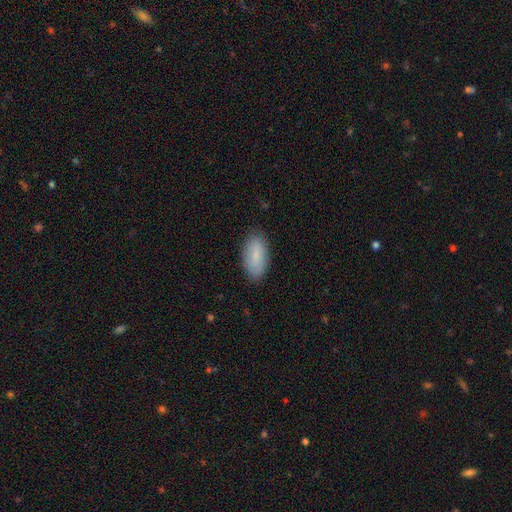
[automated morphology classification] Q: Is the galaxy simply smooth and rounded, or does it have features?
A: smooth — 82%.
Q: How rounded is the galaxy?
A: in between — 90%.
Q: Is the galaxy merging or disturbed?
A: none — 84%.